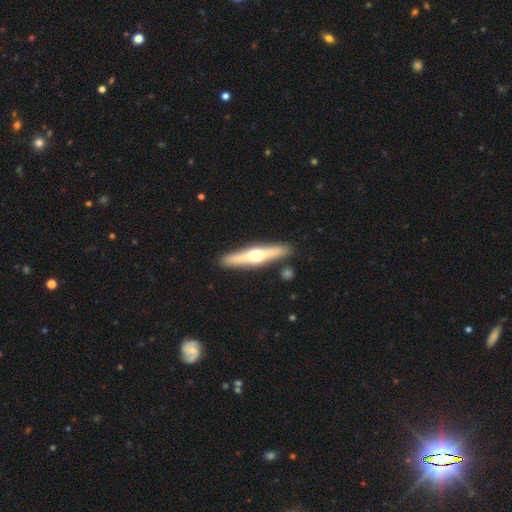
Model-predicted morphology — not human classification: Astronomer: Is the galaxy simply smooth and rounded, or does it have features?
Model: featured or disk — 65%.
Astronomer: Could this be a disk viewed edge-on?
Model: yes — 96%.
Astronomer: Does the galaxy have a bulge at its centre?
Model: rounded — 95%.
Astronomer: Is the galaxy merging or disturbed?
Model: none — 89%.